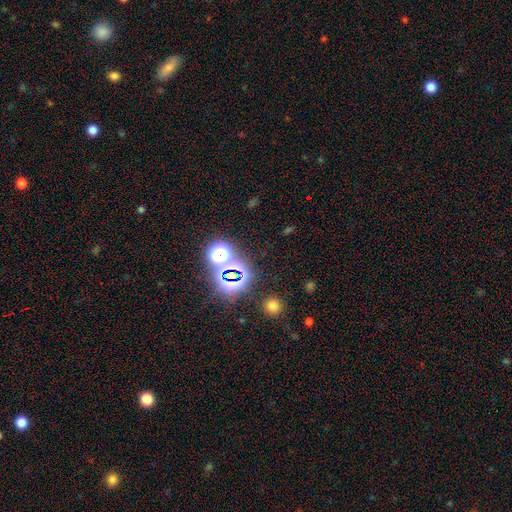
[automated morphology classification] A star or artifact, not a galaxy (71%).